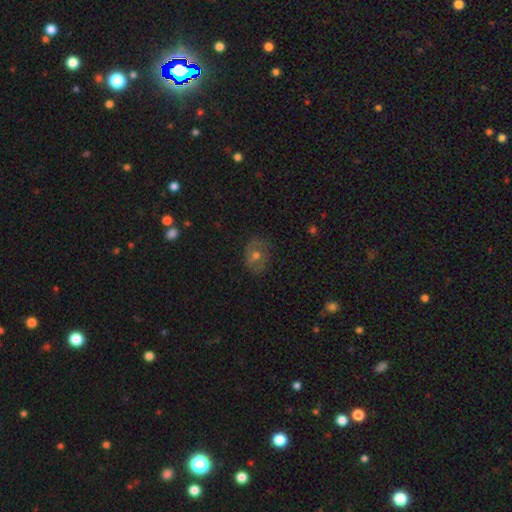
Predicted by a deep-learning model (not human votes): smooth_or_featured: smooth (p=0.43) [alt: featured or disk p=0.42]
merging: none (p=0.77) [alt: minor disturbance p=0.17]